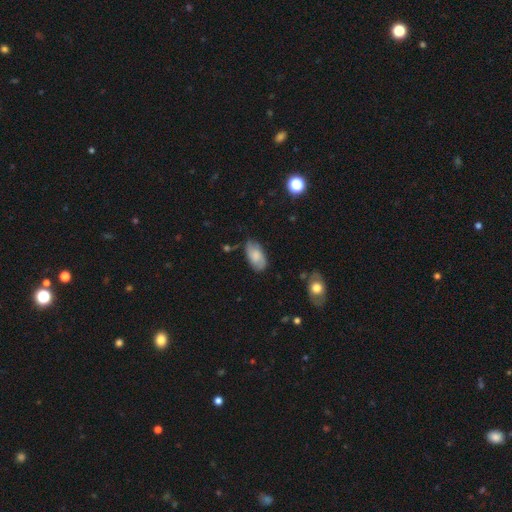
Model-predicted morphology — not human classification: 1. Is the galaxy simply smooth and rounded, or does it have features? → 64% smooth, 28% featured or disk, 8% star or artifact.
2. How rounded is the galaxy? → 94% in between, 4% round, 3% cigar-shaped.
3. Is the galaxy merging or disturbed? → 70% none, 23% minor disturbance, 5% major disturbance, 2% merger.